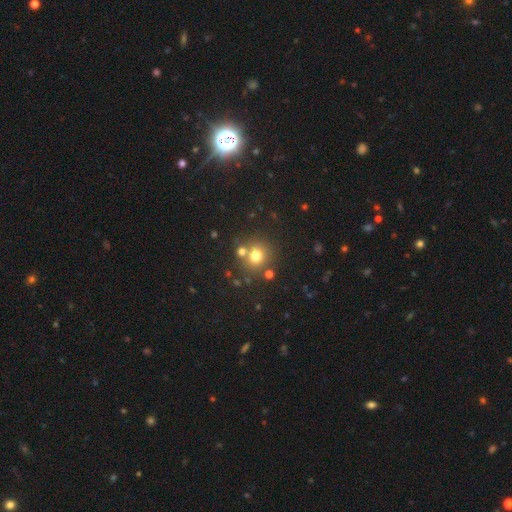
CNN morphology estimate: smooth_or_featured: smooth (p=0.74) [alt: star or artifact p=0.17]
how_rounded: round (p=0.88) [alt: in between p=0.11]
merging: none (p=0.71) [alt: merger p=0.16]